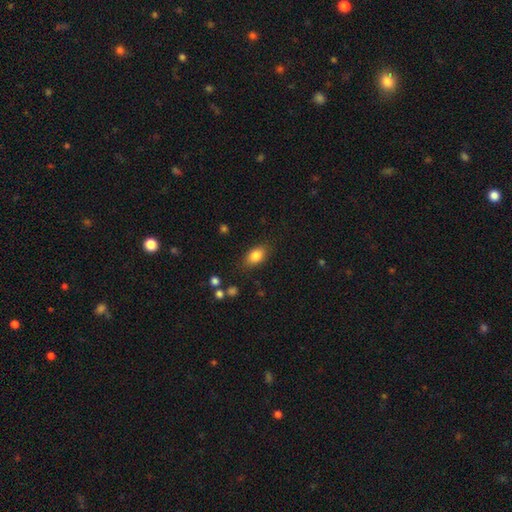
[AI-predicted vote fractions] smooth 84%, star or artifact 8%, featured or disk 8%. Down the decision tree: how rounded — in between (83%); merging — none (82%).